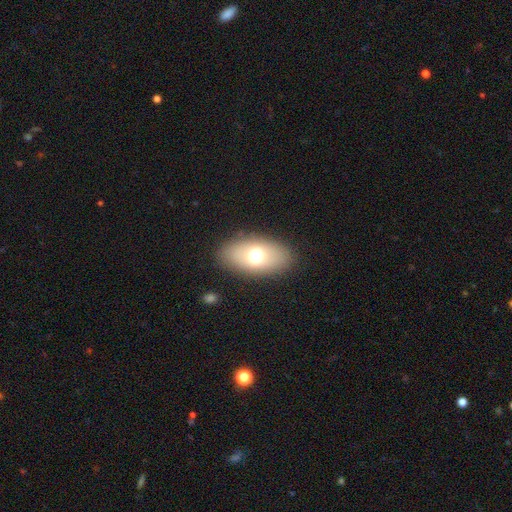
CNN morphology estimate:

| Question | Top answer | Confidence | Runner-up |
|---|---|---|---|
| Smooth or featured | smooth | 65% | featured or disk (25%) |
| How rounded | in between | 88% | round (9%) |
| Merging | none | 86% | minor disturbance (9%) |